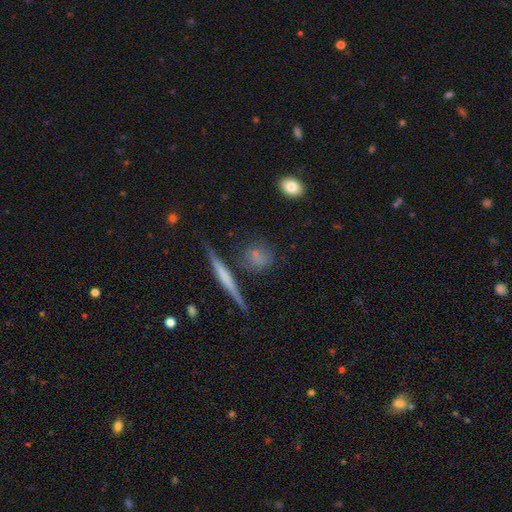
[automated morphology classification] smooth 57%, featured or disk 31%, star or artifact 12%. Down the decision tree: how rounded — round (59%); merging — none (78%).